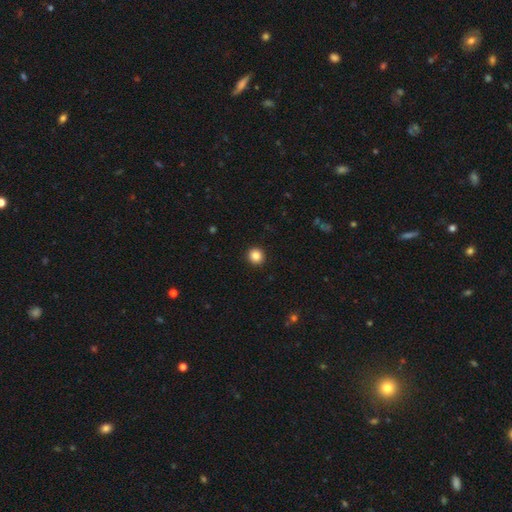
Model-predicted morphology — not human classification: smooth 86%, star or artifact 10%, featured or disk 4%. Down the decision tree: how rounded — round (94%); merging — none (93%).